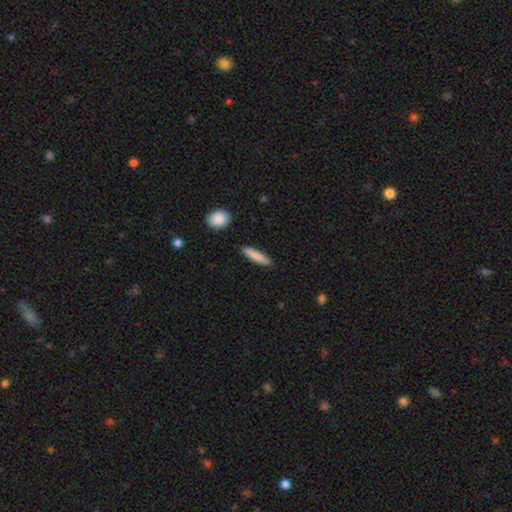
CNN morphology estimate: A smooth galaxy with no disk features (82%) that is cigar-shaped (85%).

Vote fractions:
- Smooth or featured? smooth: 82% / featured or disk: 12% / star or artifact: 6%
- How rounded? cigar-shaped: 85% / in between: 14% / round: 2%
- Merging? none: 89% / minor disturbance: 7% / merger: 2% / major disturbance: 2%